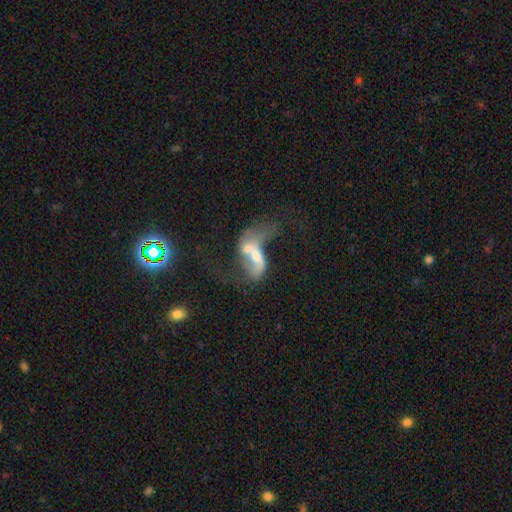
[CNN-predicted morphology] type=featured or disk (66%); edge-on=no (95%); bar=no (54%); spiral arms=yes (60%); bulge=moderate (48%); merging=merger (60%).